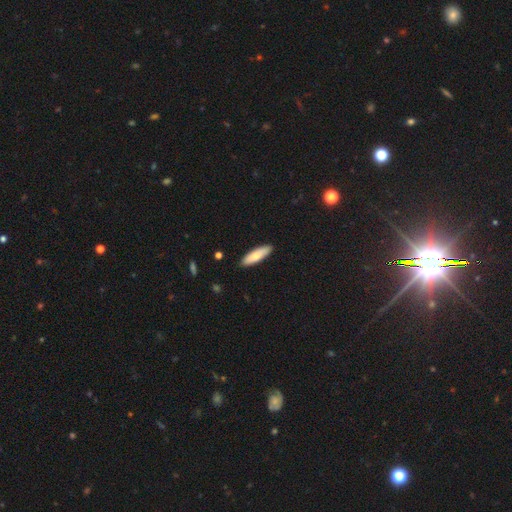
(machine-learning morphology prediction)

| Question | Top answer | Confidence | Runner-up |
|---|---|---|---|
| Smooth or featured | smooth | 76% | featured or disk (18%) |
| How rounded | cigar-shaped | 56% | in between (42%) |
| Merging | none | 89% | minor disturbance (8%) |